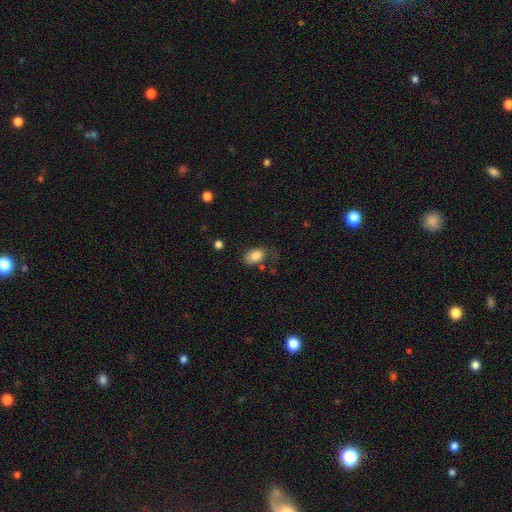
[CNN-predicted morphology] Smooth or featured: smooth — 83% (featured or disk — 9%)
How rounded: in between — 88% (round — 11%)
Merging: none — 56% (minor disturbance — 25%)